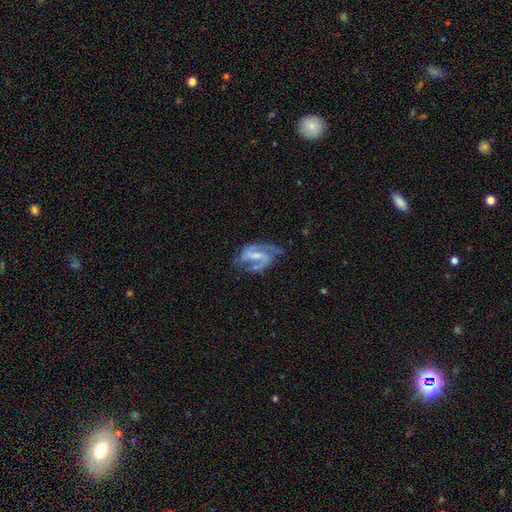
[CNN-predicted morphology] smooth_or_featured: featured or disk (p=0.86) [alt: smooth p=0.08]
disk_edge_on: no (p=0.98) [alt: yes p=0.02]
bar: weak (p=0.47) [alt: strong p=0.35]
has_spiral_arms: yes (p=0.96) [alt: no p=0.04]
spiral_winding: medium (p=0.54) [alt: loose p=0.25]
spiral_arm_count: 2 (p=0.86) [alt: can't tell p=0.04]
bulge_size: small (p=0.46) [alt: moderate p=0.26]
merging: none (p=0.56) [alt: minor disturbance p=0.24]